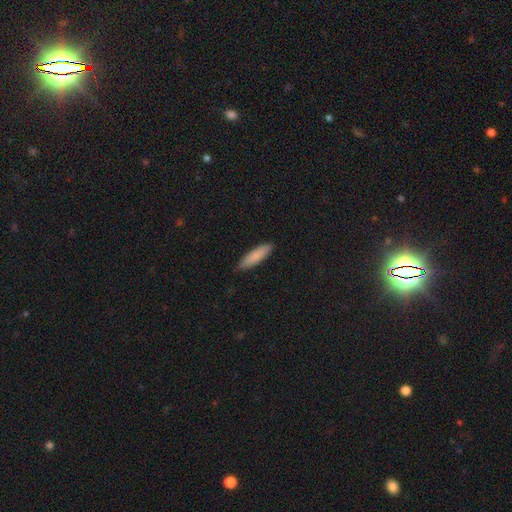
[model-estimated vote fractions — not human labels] smooth-or-featured: smooth: 84% | featured or disk: 10% | star or artifact: 6%
  how-rounded: cigar-shaped: 63% | in between: 36% | round: 1%
  merging: none: 86% | minor disturbance: 11% | major disturbance: 2% | merger: 1%